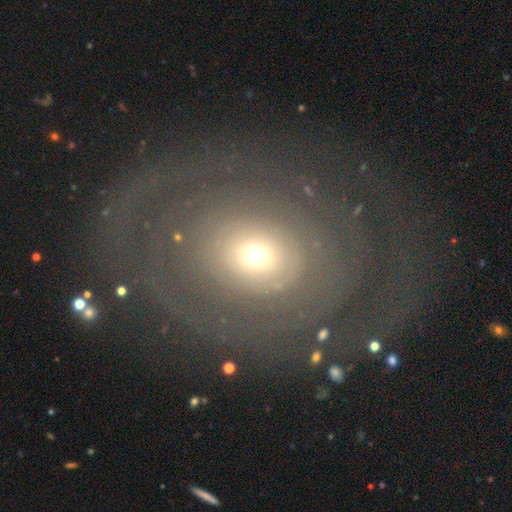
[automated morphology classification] This is likely a featured or disk galaxy (69%). It is clearly not viewed edge-on (95%). Bar: clearly no (86%). Spiral arm pattern: likely yes (64%). Central bulge: possibly small (58%). Merging: likely none (67%).